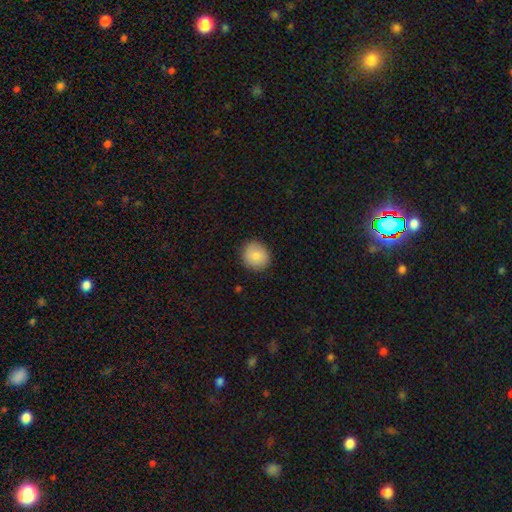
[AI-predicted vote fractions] This appears to be a smooth galaxy with no disk features (86%) that is round (85%). Merging: none (89%).